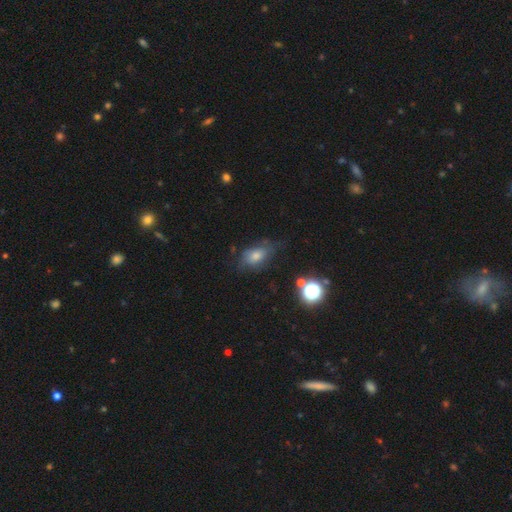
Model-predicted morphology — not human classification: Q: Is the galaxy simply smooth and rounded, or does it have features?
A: smooth — 54%.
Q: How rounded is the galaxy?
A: in between — 82%.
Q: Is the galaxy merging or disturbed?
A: none — 59%.